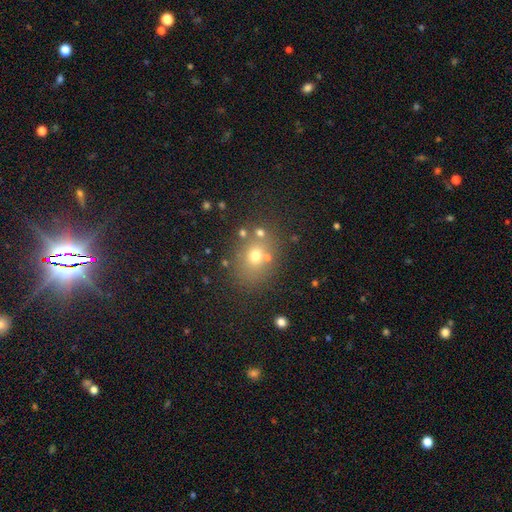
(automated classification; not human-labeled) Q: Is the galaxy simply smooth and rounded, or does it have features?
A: smooth — 64%.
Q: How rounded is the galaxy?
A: round — 58%.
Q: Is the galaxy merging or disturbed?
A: none — 70%.